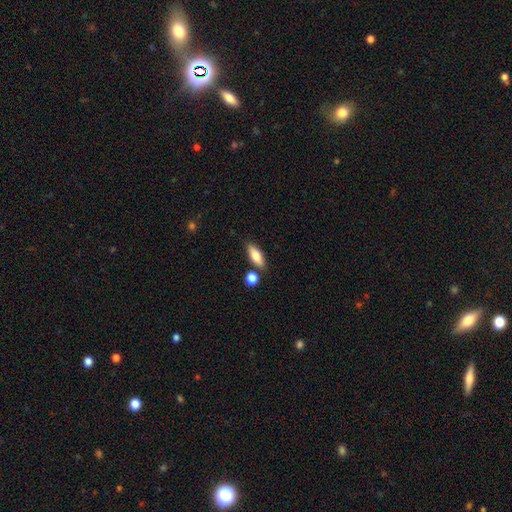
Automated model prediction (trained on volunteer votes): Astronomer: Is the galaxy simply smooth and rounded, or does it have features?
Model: smooth — 79%.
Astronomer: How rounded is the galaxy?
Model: in between — 71%.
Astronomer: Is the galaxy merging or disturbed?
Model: none — 77%.